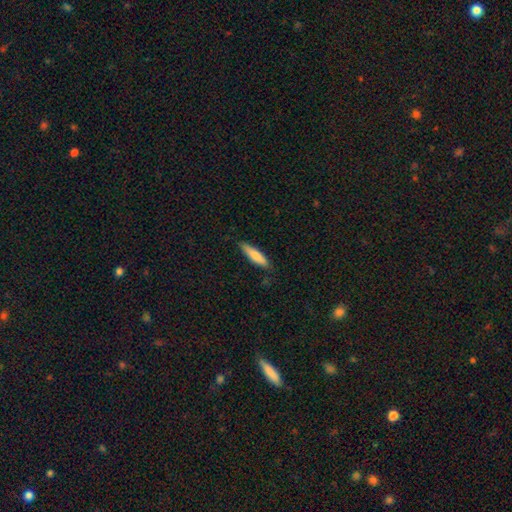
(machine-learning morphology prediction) The model was most divided on "how rounded": cigar-shaped: 75%, in between: 24%, round: 1%. More confident: merging — none (83%); smooth or featured — smooth (78%).